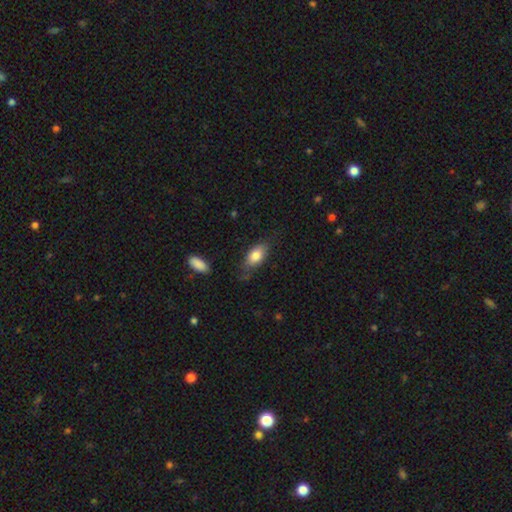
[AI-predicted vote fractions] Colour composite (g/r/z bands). It shows a smooth galaxy with no disk features (79%) that is in between round and cigar-shaped (88%). Merging: none (68%).